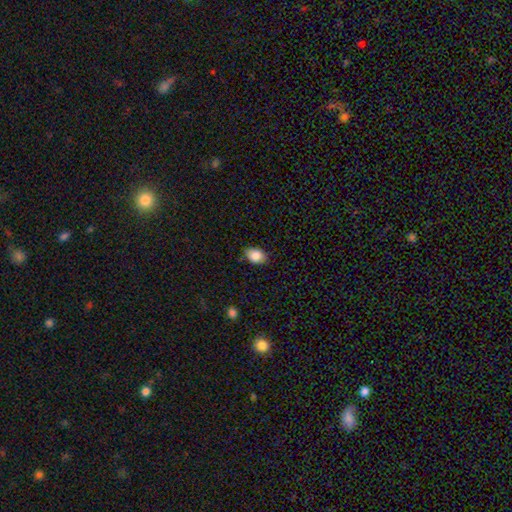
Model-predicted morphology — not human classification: The model was most divided on "how rounded": in between: 78%, round: 21%, cigar-shaped: 1%. More confident: smooth or featured — smooth (86%); merging — none (80%).